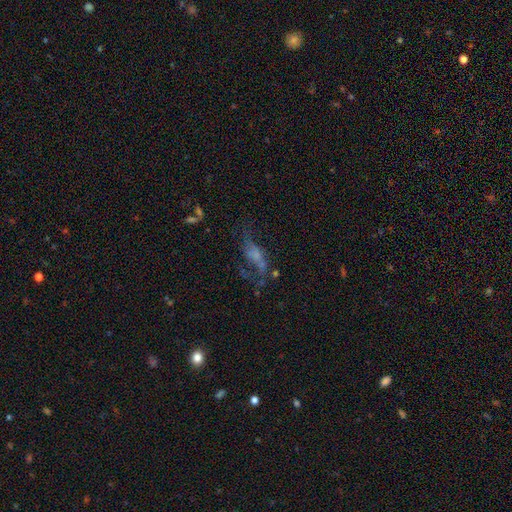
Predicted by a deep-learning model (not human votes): This appears to be a featured or disk galaxy (55%). Merging: major disturbance (38%).